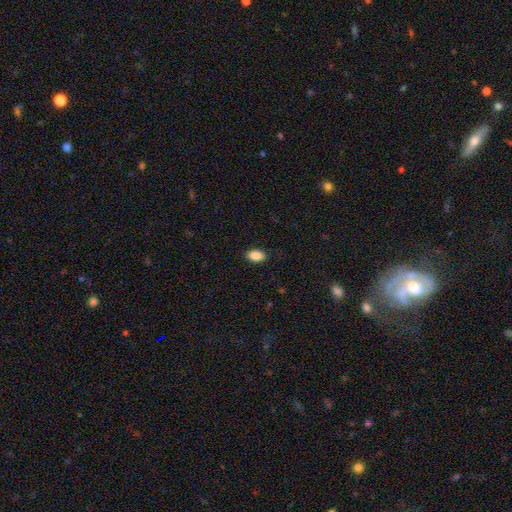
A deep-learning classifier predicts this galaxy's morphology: Smooth or featured? smooth (88%)
How rounded? in between (92%)
Merging? none (88%)